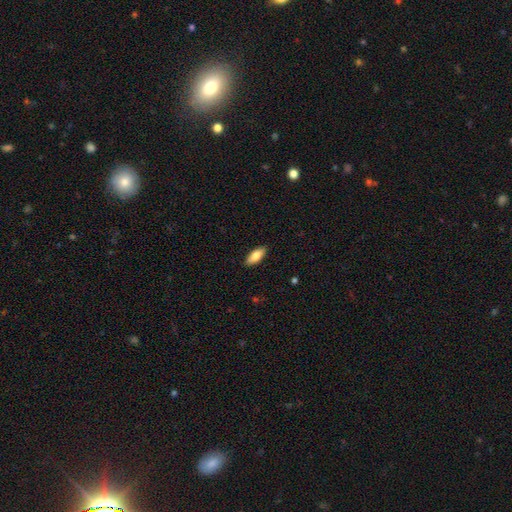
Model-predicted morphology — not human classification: Smooth or featured? smooth (84%)
How rounded? in between (82%)
Merging? none (89%)